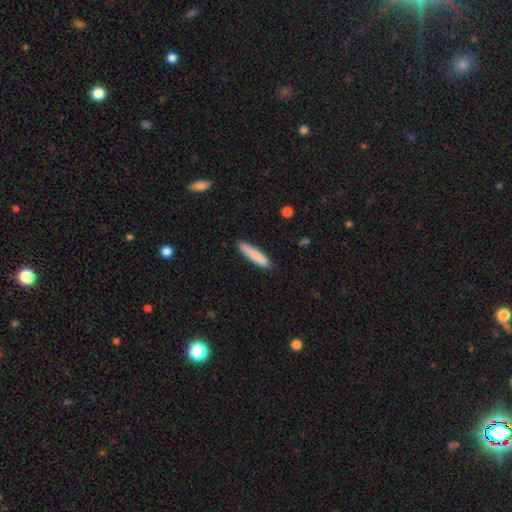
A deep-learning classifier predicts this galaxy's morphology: The model was most divided on "merging": none: 81%, minor disturbance: 15%, major disturbance: 2%, merger: 2%. More confident: how rounded — cigar-shaped (85%); smooth or featured — smooth (83%).